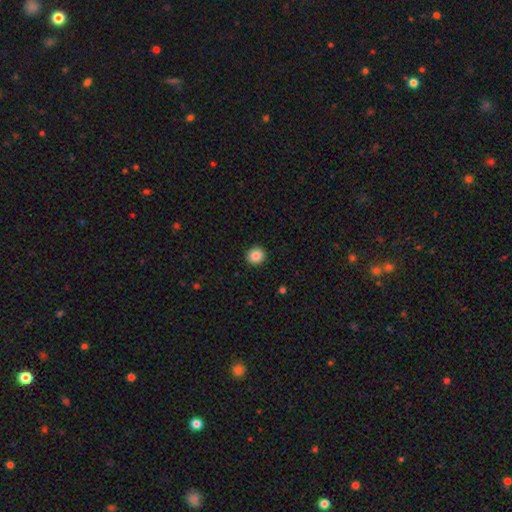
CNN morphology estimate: A smooth galaxy with no disk features (86%) that is round (87%).

Vote fractions:
- Smooth or featured? smooth: 86% / star or artifact: 9% / featured or disk: 5%
- How rounded? round: 87% / in between: 12% / cigar-shaped: 1%
- Merging? none: 93% / minor disturbance: 5% / major disturbance: 2% / merger: 1%